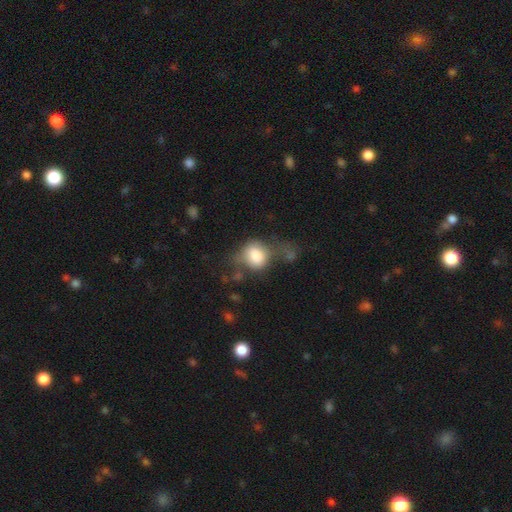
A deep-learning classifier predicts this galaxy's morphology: The model was most divided on "merging": none: 32%, major disturbance: 29%, minor disturbance: 26%, merger: 13%. More confident: smooth or featured — smooth (75%); how rounded — round (55%).